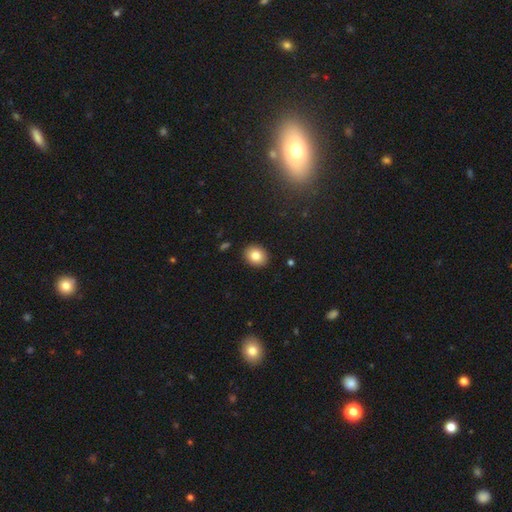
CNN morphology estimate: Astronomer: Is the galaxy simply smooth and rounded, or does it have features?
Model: smooth — 82%.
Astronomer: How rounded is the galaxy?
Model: round — 53% (runner-up: in between, 46%).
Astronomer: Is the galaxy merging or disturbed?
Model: none — 90%.